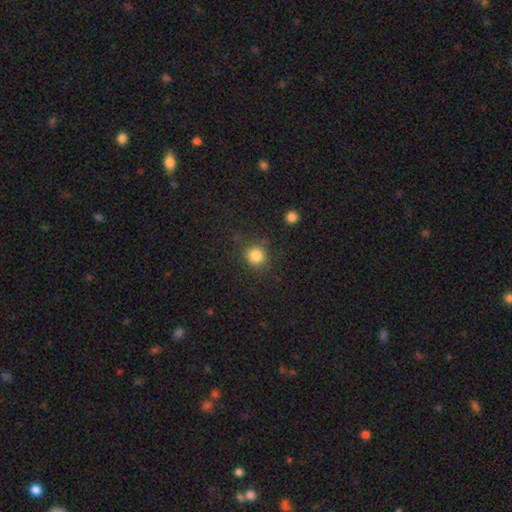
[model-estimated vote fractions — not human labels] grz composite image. It shows a smooth galaxy with no disk features (84%) that is round (88%). Merging: none (81%).